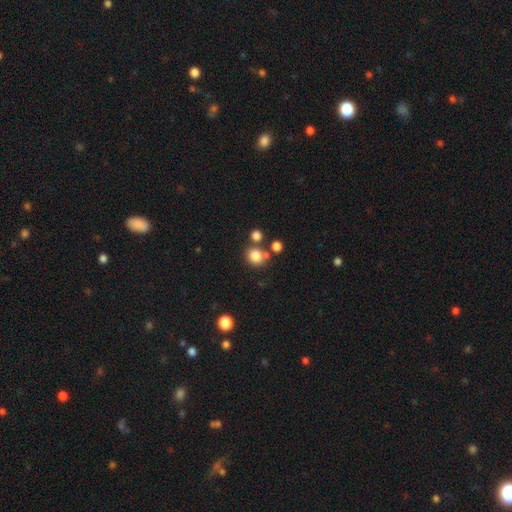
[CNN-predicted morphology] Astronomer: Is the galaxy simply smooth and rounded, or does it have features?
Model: smooth — 81%.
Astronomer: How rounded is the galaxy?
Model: round — 81%.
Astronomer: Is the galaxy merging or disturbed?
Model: none — 65%.